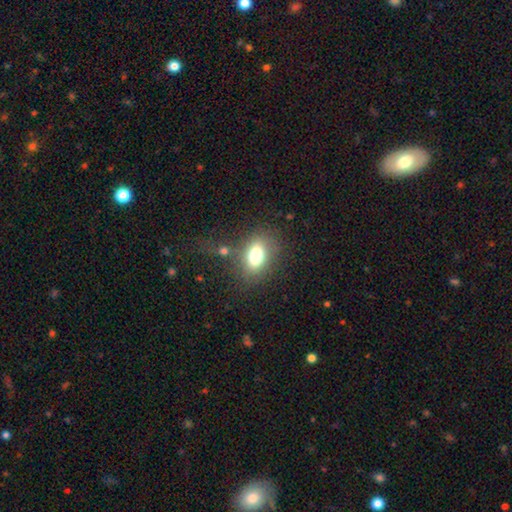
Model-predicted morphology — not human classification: smooth 76%, featured or disk 14%, star or artifact 10%. Down the decision tree: how rounded — in between (82%); merging — none (68%).